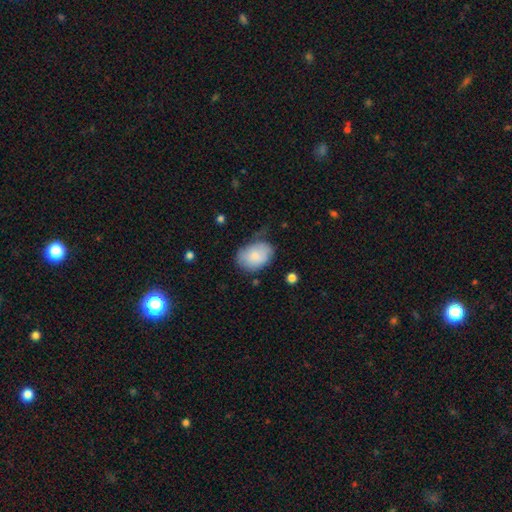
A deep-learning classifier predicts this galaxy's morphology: This is clearly a smooth galaxy (80%). How rounded: likely in between (80%). Merging: possibly none (55%).